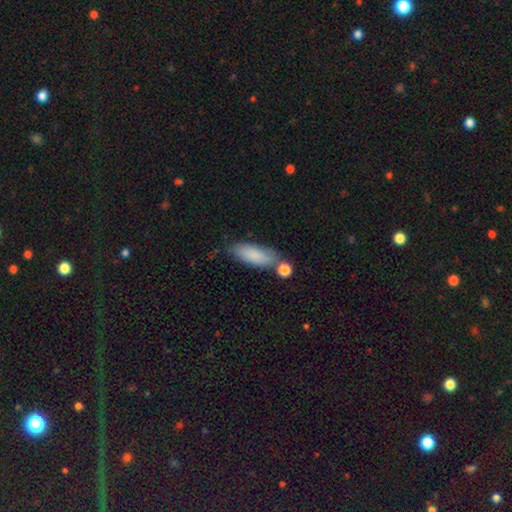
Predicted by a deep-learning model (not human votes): Smooth or featured: smooth — 84% (featured or disk — 10%)
How rounded: in between — 69% (cigar-shaped — 29%)
Merging: none — 66% (minor disturbance — 18%)